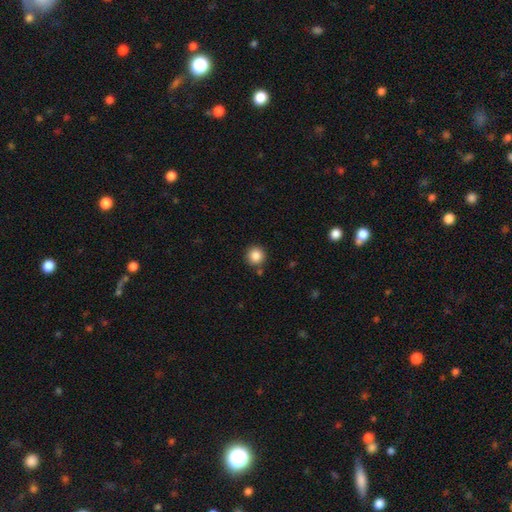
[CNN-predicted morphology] A smooth galaxy with no disk features (86%) that is round (95%). Merging: none (86%).